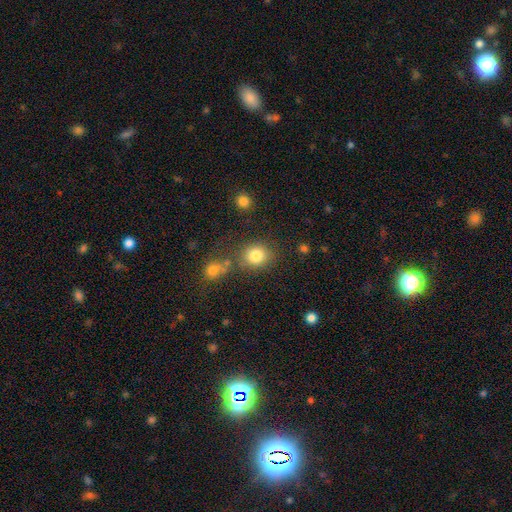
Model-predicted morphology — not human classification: Smooth or featured? Predicted: smooth (p=0.81). How rounded? Predicted: round (p=0.75). Merging? Predicted: none (p=0.72).